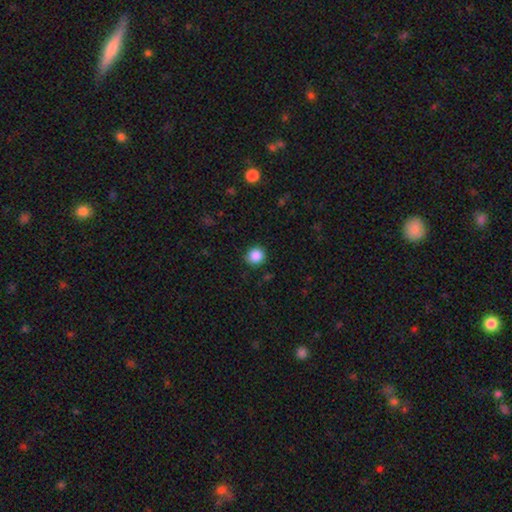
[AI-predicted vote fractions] Smooth or featured?
  - smooth: 87% *
  - star or artifact: 10%
  - featured or disk: 3%
How rounded?
  - round: 88% *
  - in between: 11%
  - cigar-shaped: 1%
Merging?
  - none: 88% *
  - minor disturbance: 8%
  - major disturbance: 2%
  - merger: 1%